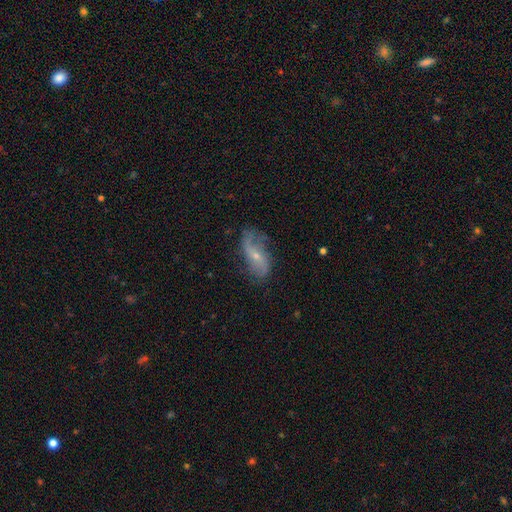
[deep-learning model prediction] Smooth or featured?
  - featured or disk: 73% *
  - smooth: 19%
  - star or artifact: 8%
Edge-on disk?
  - no: 94% *
  - yes: 6%
Bar?
  - no: 52% *
  - weak: 35%
  - strong: 13%
Spiral arms?
  - yes: 89% *
  - no: 11%
Spiral winding?
  - loose: 68% *
  - medium: 23%
  - tight: 9%
Spiral arm count?
  - 2: 82% *
  - can't tell: 8%
  - 1: 6%
  - 3: 2%
  - 4: 1%
  - more than 4: 1%
Bulge size?
  - small: 70% *
  - moderate: 25%
  - none: 3%
  - large: 1%
  - dominant: 1%
Merging?
  - none: 63% *
  - minor disturbance: 24%
  - major disturbance: 12%
  - merger: 2%